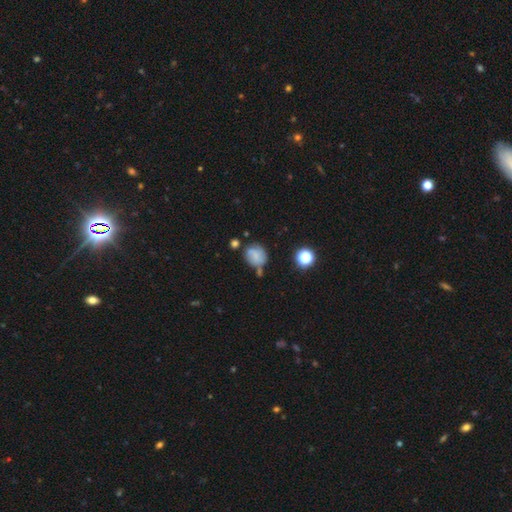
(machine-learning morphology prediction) smooth-or-featured: smooth: 62% | featured or disk: 26% | star or artifact: 12%
  how-rounded: round: 68% | in between: 31% | cigar-shaped: 1%
  merging: none: 53% | minor disturbance: 25% | merger: 14% | major disturbance: 9%